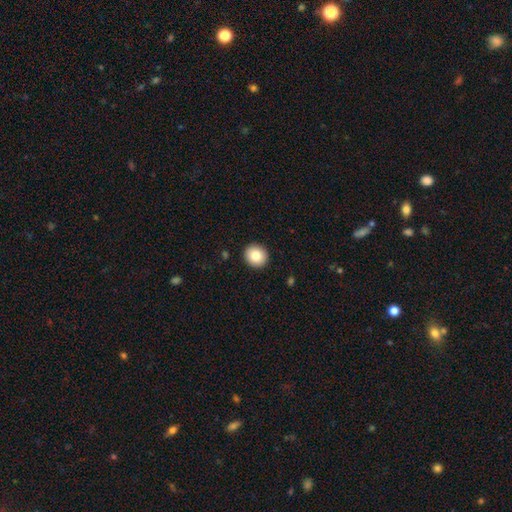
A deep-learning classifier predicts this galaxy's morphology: A smooth galaxy with no disk features (84%) that is round (88%). Merging: none (92%).